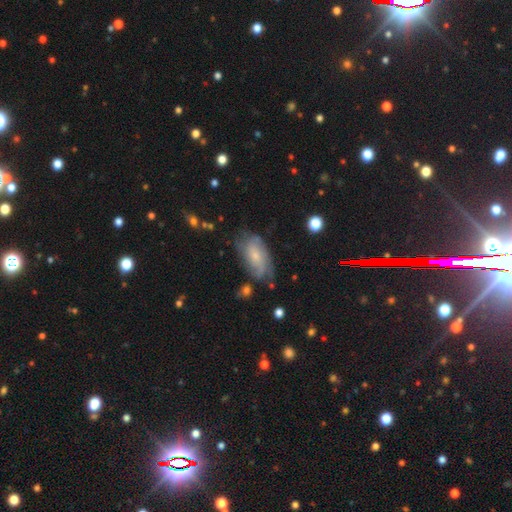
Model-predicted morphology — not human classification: smooth_or_featured: featured or disk (p=0.57) [alt: smooth p=0.35]
disk_edge_on: no (p=0.93) [alt: yes p=0.07]
bar: no (p=0.71) [alt: weak p=0.24]
has_spiral_arms: yes (p=0.83) [alt: no p=0.17]
bulge_size: small (p=0.66) [alt: moderate p=0.25]
merging: none (p=0.58) [alt: minor disturbance p=0.26]